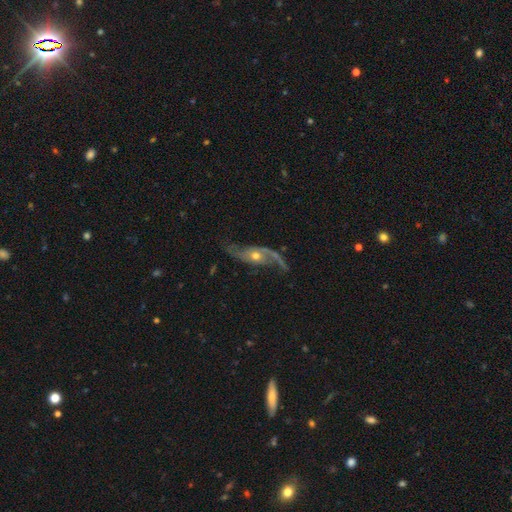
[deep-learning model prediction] This appears to be a featured or disk galaxy (87%) with no bar (65%), 2 (90%) loose (77%) spiral arms (95%) and a moderate central bulge (54%). Merging: none (67%).